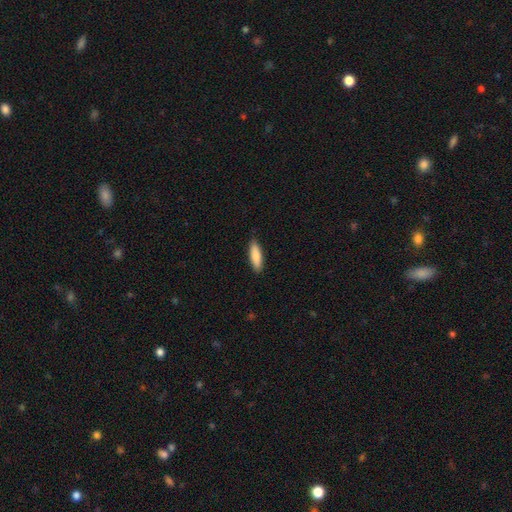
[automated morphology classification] A smooth galaxy with no disk features (84%) that is cigar-shaped (56%).

Vote fractions:
- Smooth or featured? smooth: 84% / featured or disk: 10% / star or artifact: 5%
- How rounded? cigar-shaped: 56% / in between: 42% / round: 2%
- Merging? none: 87% / minor disturbance: 11% / major disturbance: 2% / merger: 1%